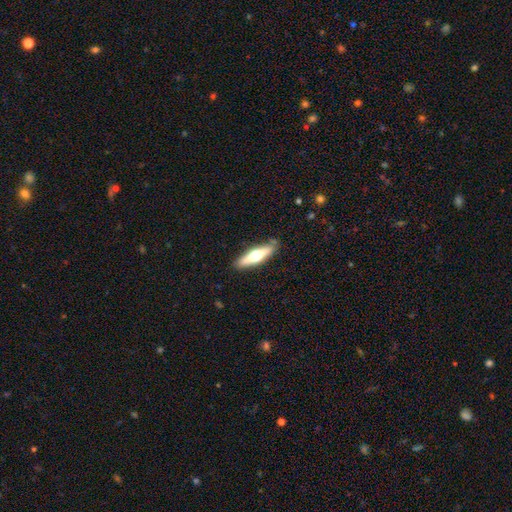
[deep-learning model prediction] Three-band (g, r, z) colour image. It shows a smooth galaxy with no disk features (48%). Merging: none (85%).